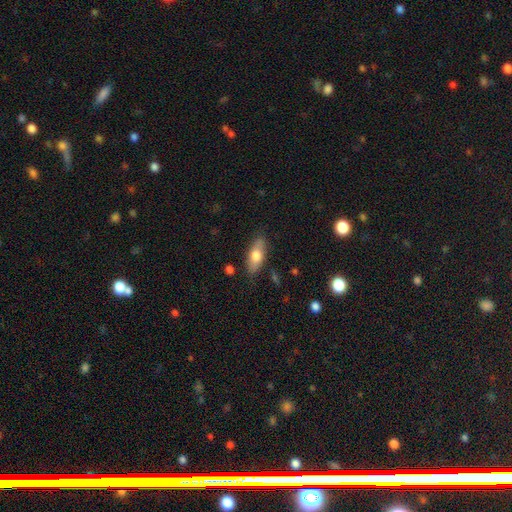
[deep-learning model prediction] Overall: smooth (70%). How rounded: in between (77%). Merging: none (84%).